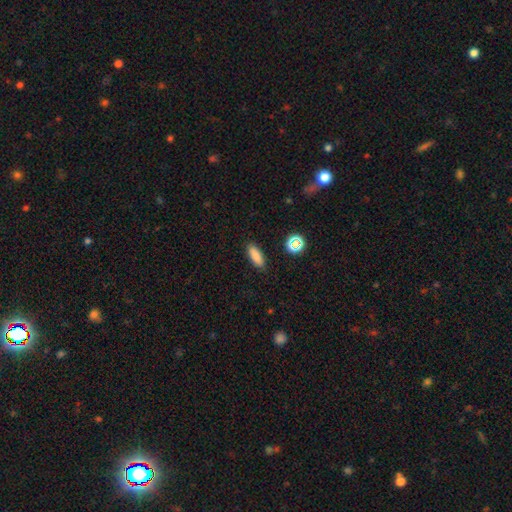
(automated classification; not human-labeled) smooth 84%, star or artifact 10%, featured or disk 5%. Down the decision tree: how rounded — in between (68%); merging — none (88%).